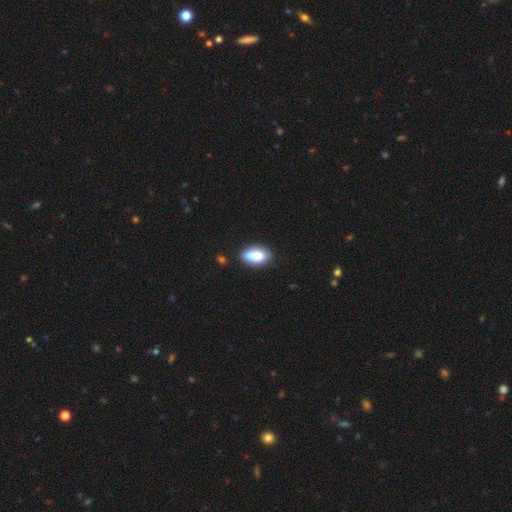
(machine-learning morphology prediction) Smooth or featured? smooth (82%)
How rounded? in between (86%)
Merging? none (77%)